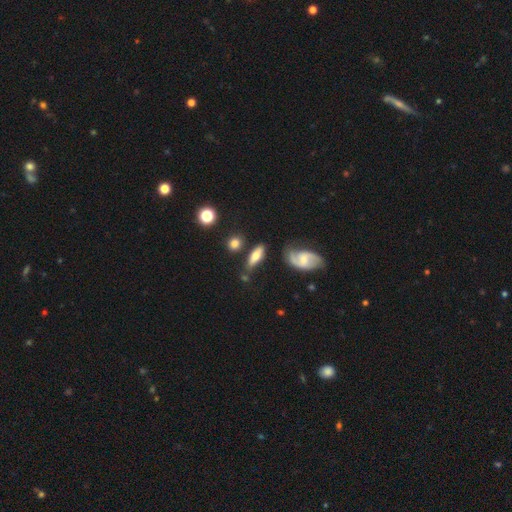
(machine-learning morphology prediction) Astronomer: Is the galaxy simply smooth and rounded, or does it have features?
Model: smooth — 58% (runner-up: featured or disk, 34%).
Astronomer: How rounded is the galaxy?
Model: in between — 58% (runner-up: cigar-shaped, 35%).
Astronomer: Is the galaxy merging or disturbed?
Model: none — 65%.